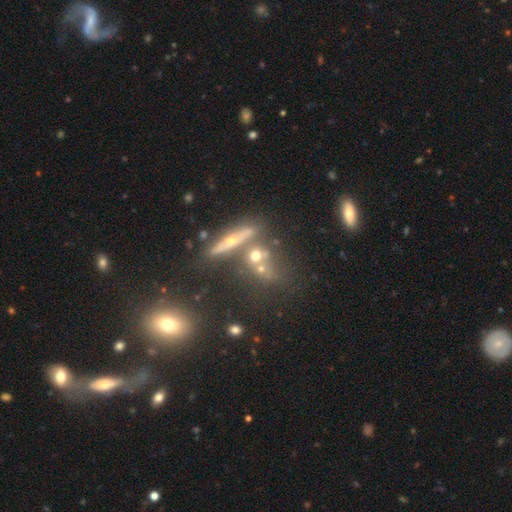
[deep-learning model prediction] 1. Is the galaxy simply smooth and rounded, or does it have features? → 47% smooth, 35% featured or disk, 18% star or artifact.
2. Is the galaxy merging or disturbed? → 49% none, 34% merger, 11% minor disturbance, 6% major disturbance.